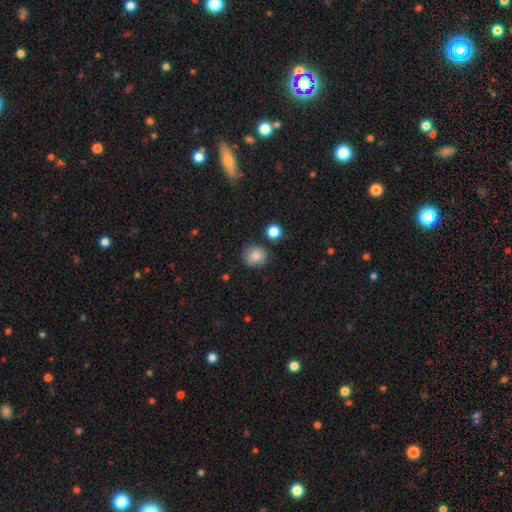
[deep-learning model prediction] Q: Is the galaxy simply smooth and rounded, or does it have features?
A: smooth — 85%.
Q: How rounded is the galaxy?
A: round — 85%.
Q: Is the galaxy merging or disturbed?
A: none — 82%.